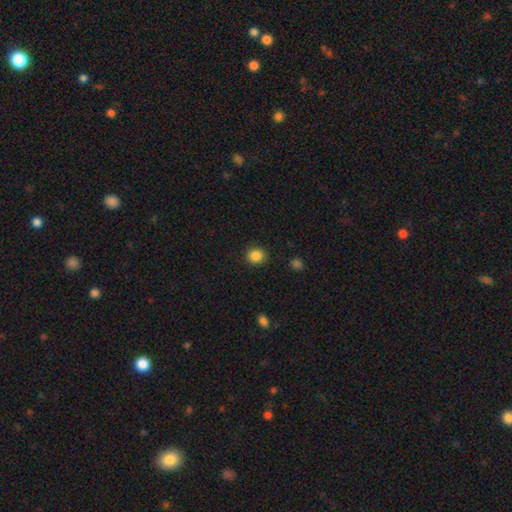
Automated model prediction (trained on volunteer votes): Smooth or featured? Predicted: smooth (p=0.85). How rounded? Predicted: round (p=0.85). Merging? Predicted: none (p=0.90).